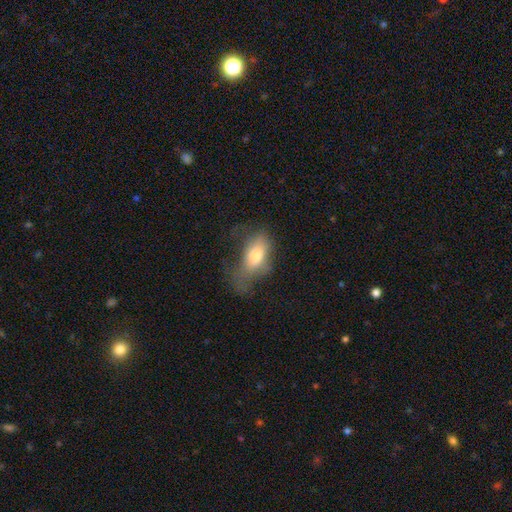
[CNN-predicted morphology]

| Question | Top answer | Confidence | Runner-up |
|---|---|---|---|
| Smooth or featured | smooth | 70% | featured or disk (21%) |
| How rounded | in between | 88% | round (7%) |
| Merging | major disturbance | 42% | minor disturbance (28%) |